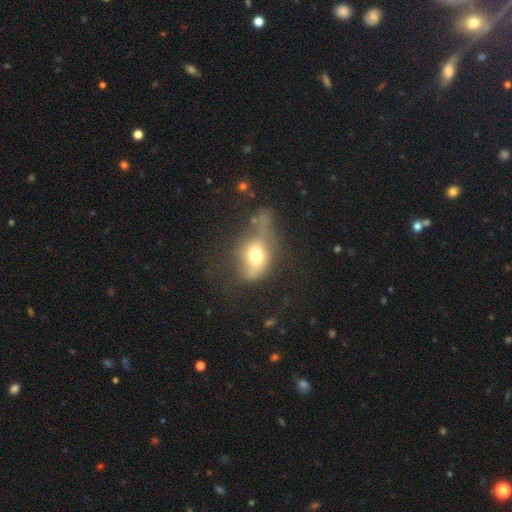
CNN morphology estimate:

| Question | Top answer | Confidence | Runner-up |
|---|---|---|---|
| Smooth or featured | smooth | 60% | featured or disk (29%) |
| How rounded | in between | 65% | round (30%) |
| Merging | major disturbance | 42% | minor disturbance (24%) |